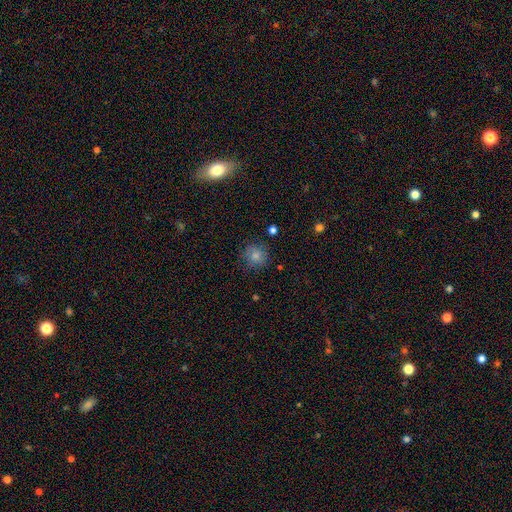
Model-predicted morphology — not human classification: type=smooth (80%); roundness=round (88%); merging=none (78%).